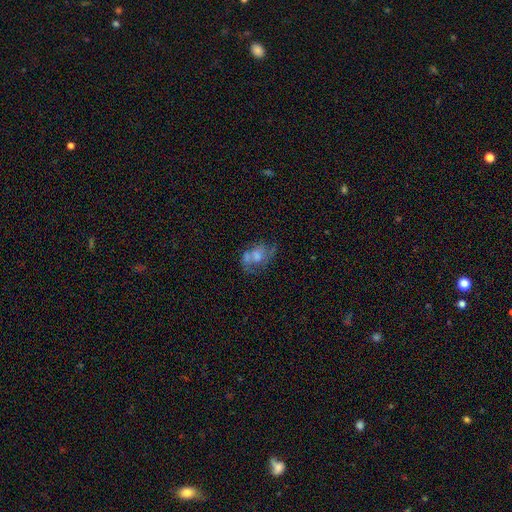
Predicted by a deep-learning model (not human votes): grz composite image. It shows a featured or disk galaxy (51%). Merging: none (36%).